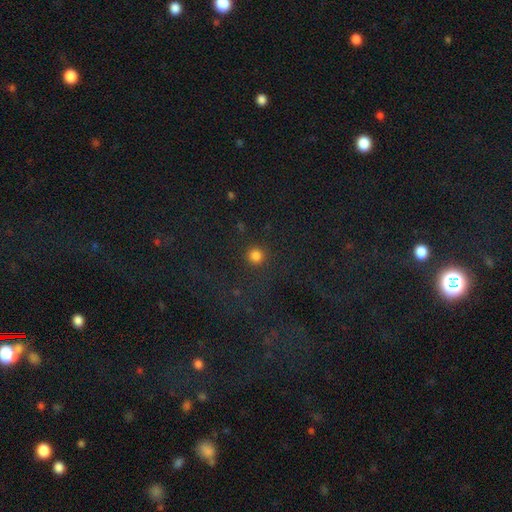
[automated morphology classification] Smooth or featured: smooth — 82% (star or artifact — 14%)
How rounded: round — 94% (in between — 5%)
Merging: none — 88% (minor disturbance — 6%)